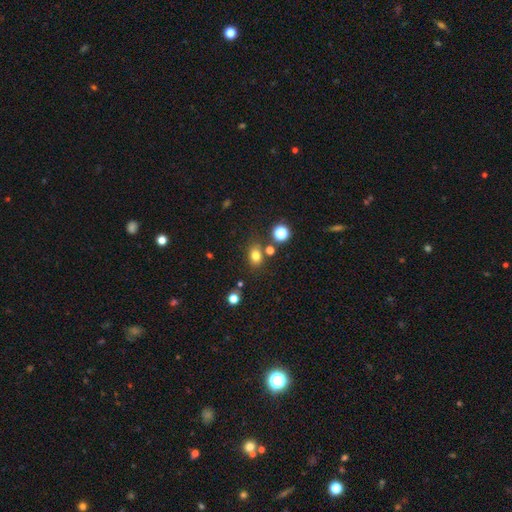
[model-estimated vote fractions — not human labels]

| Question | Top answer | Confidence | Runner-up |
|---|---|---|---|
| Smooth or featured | smooth | 76% | star or artifact (16%) |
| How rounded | in between | 57% | round (41%) |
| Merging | none | 75% | minor disturbance (13%) |